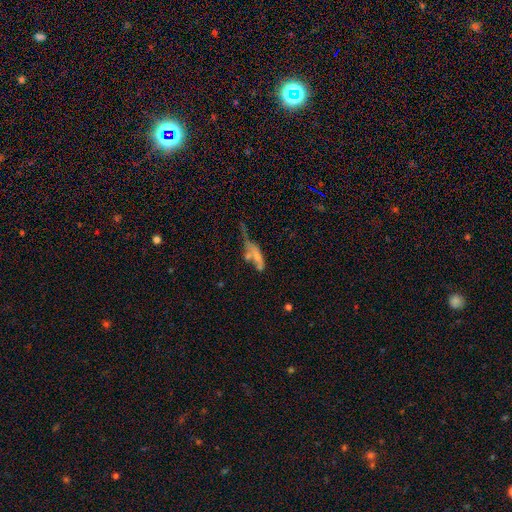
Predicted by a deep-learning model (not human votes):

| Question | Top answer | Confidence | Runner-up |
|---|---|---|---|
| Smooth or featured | smooth | 48% | featured or disk (39%) |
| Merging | major disturbance | 34% | merger (32%) |